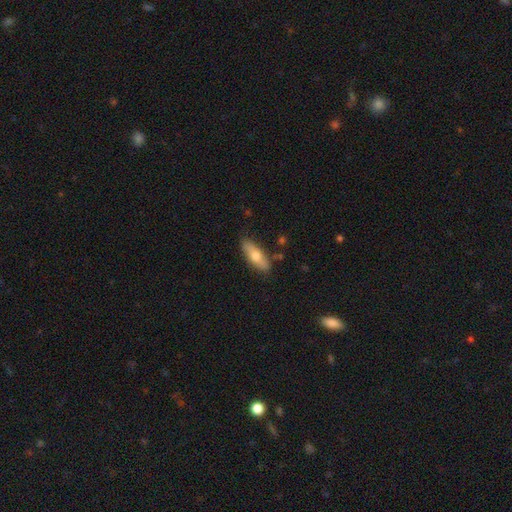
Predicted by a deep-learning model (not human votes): Q: Smooth or featured?
A: smooth (66%); runner-up: featured or disk (28%)
Q: How rounded?
A: in between (58%); runner-up: cigar-shaped (39%)
Q: Merging?
A: none (81%); runner-up: minor disturbance (14%)